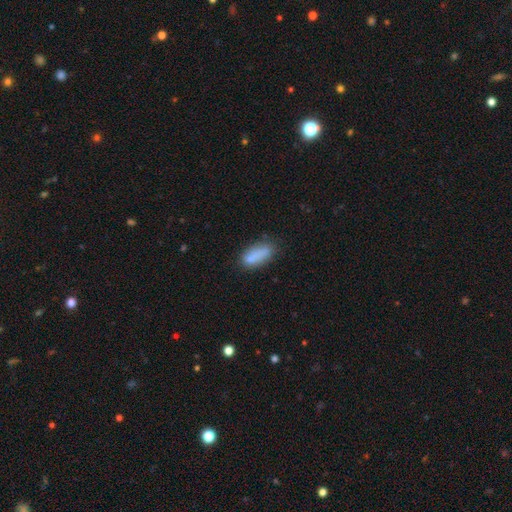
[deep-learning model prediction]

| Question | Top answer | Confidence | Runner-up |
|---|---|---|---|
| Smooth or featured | smooth | 81% | featured or disk (10%) |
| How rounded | in between | 76% | cigar-shaped (21%) |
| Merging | none | 63% | minor disturbance (24%) |